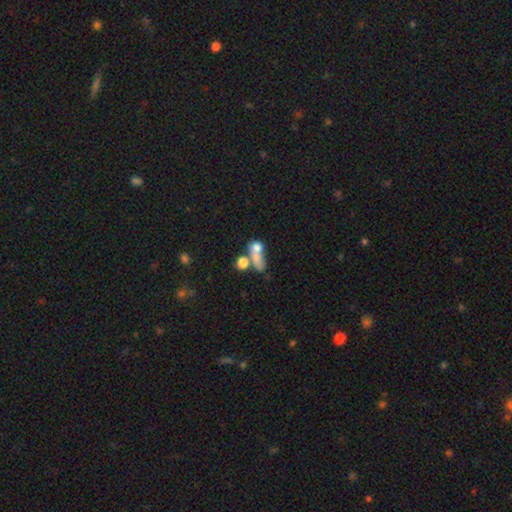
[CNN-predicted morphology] A smooth galaxy with no disk features (65%) that is in between round and cigar-shaped (50%).

Vote fractions:
- Smooth or featured? smooth: 65% / featured or disk: 21% / star or artifact: 14%
- How rounded? in between: 50% / round: 43% / cigar-shaped: 7%
- Merging? merger: 53% / none: 23% / major disturbance: 15% / minor disturbance: 10%